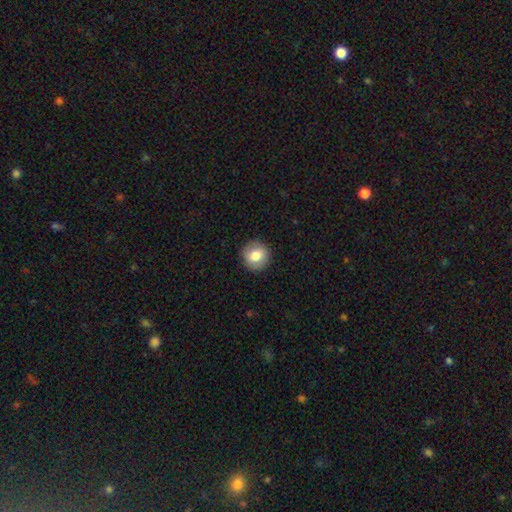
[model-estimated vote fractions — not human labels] smooth-or-featured: smooth: 79% | featured or disk: 13% | star or artifact: 8%
  how-rounded: round: 92% | in between: 7% | cigar-shaped: 1%
  merging: none: 91% | minor disturbance: 6% | major disturbance: 2% | merger: 1%